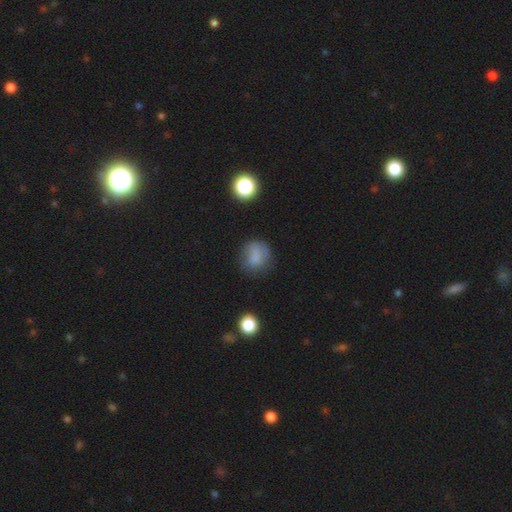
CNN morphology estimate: Smooth or featured?
  - smooth: 77% *
  - star or artifact: 13%
  - featured or disk: 11%
How rounded?
  - round: 78% *
  - in between: 21%
  - cigar-shaped: 1%
Merging?
  - none: 63% *
  - minor disturbance: 23%
  - major disturbance: 11%
  - merger: 3%